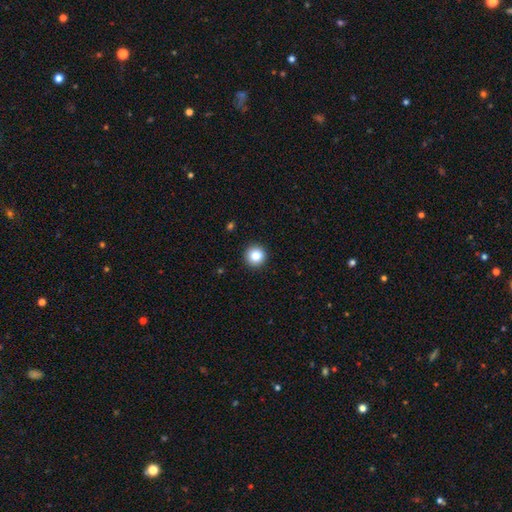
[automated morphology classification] A smooth galaxy with no disk features (84%) that is round (95%). Merging: none (93%).